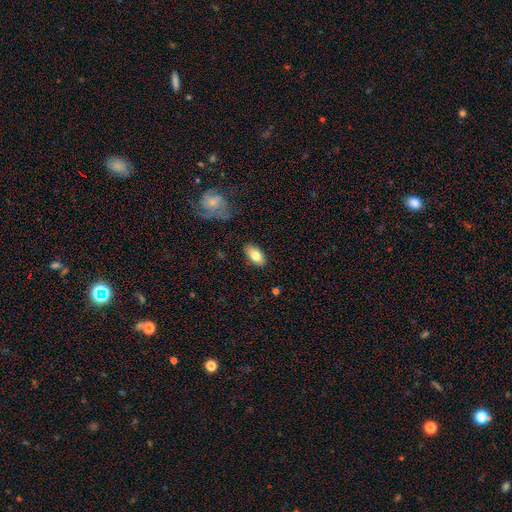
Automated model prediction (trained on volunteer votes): Smooth or featured? Predicted: smooth (p=0.79). How rounded? Predicted: in between (p=0.91). Merging? Predicted: none (p=0.85).